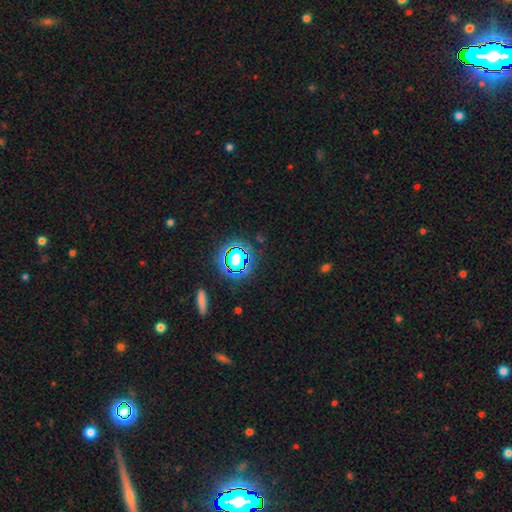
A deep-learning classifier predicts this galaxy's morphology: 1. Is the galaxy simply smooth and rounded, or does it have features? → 76% star or artifact, 15% smooth, 9% featured or disk.